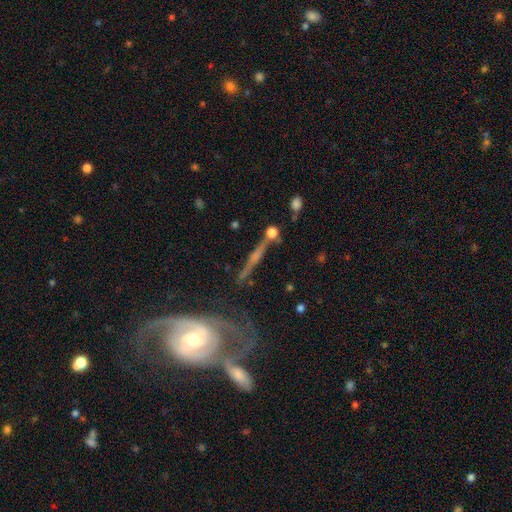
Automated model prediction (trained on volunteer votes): Morphology: type=featured or disk (74%); edge-on=no (79%); bar=no (50%); spiral arms=yes (80%); bulge=moderate (50%); merging=none (37%).